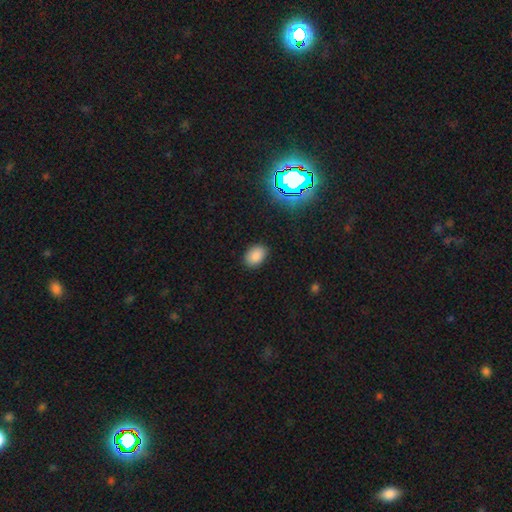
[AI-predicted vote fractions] smooth 85%, star or artifact 12%, featured or disk 4%. Down the decision tree: how rounded — in between (77%); merging — none (87%).